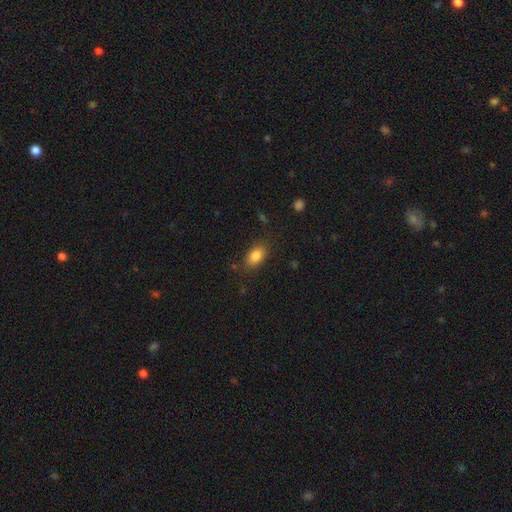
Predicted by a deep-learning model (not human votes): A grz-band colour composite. It shows a smooth galaxy with no disk features (84%) that is in between round and cigar-shaped (85%). Merging: none (81%).